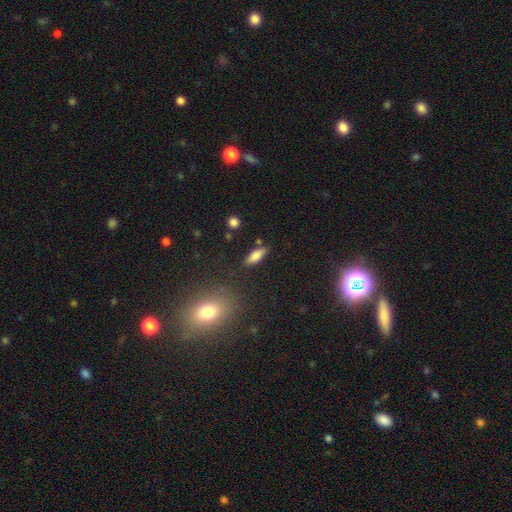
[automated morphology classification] This is likely a smooth galaxy (73%). How rounded: likely in between (61%). Merging: clearly none (84%).